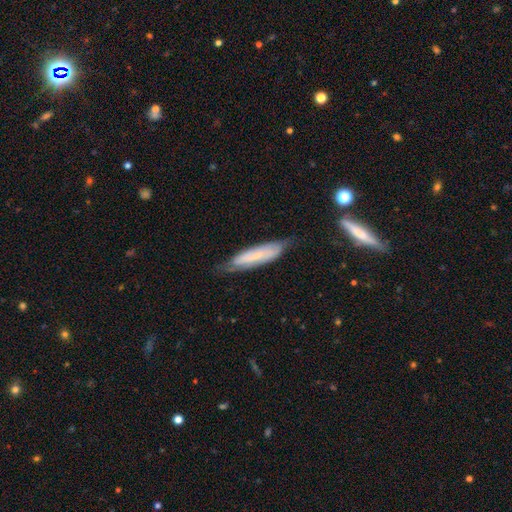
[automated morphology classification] This is possibly a smooth galaxy (51%). How rounded: likely cigar-shaped (73%). Merging: likely none (60%).